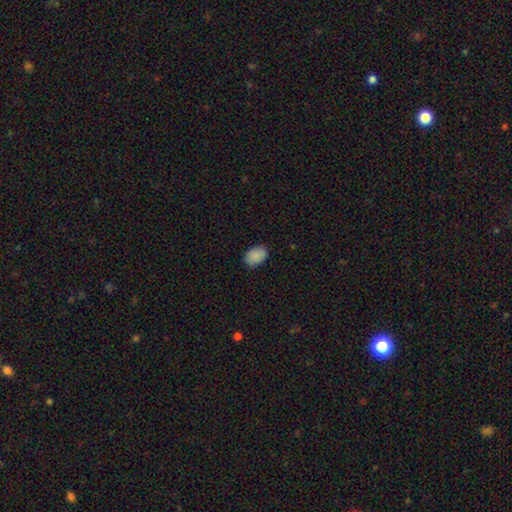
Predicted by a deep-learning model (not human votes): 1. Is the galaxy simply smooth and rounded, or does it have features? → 89% smooth, 7% star or artifact, 3% featured or disk.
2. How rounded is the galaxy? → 85% in between, 14% round, 1% cigar-shaped.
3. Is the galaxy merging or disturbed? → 87% none, 10% minor disturbance, 2% major disturbance, 1% merger.